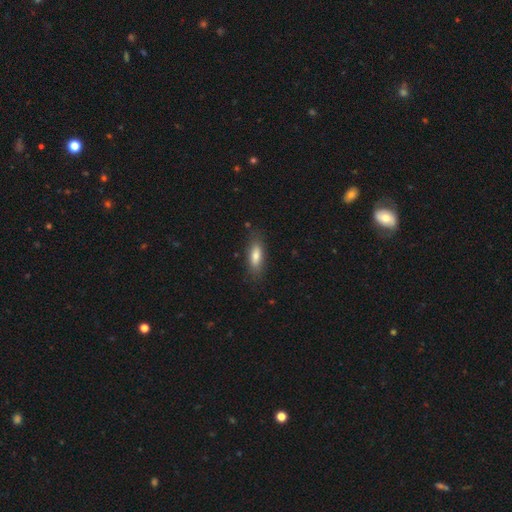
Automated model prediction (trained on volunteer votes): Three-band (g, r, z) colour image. It shows a smooth galaxy with no disk features (78%) that is in between round and cigar-shaped (63%). Merging: none (80%).